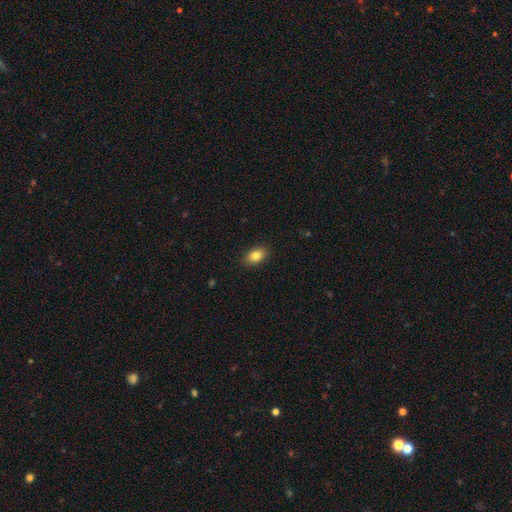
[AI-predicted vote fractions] A smooth galaxy with no disk features (83%) that is in between round and cigar-shaped (86%).

Vote fractions:
- Smooth or featured? smooth: 83% / star or artifact: 8% / featured or disk: 8%
- How rounded? in between: 86% / round: 12% / cigar-shaped: 2%
- Merging? none: 89% / minor disturbance: 8% / major disturbance: 2% / merger: 1%